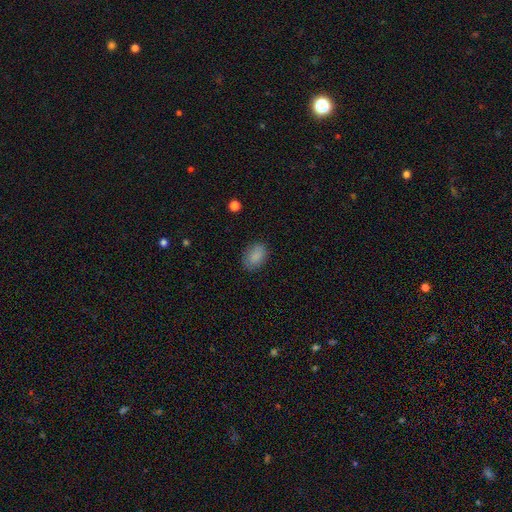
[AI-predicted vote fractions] smooth 87%, star or artifact 8%, featured or disk 5%. Down the decision tree: how rounded — in between (82%); merging — none (82%).